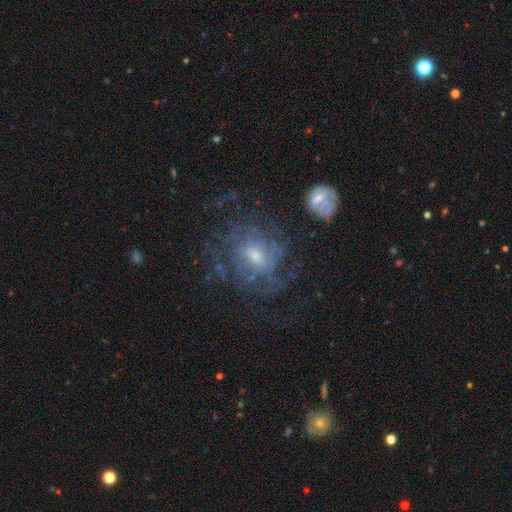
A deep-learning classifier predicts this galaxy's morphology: Smooth or featured? Predicted: featured or disk (p=0.65). Edge-on disk? Predicted: no (p=0.96). Bar? Predicted: no (p=0.51). Spiral arms? Predicted: yes (p=0.65). Bulge size? Predicted: moderate (p=0.46). Merging? Predicted: none (p=0.57).